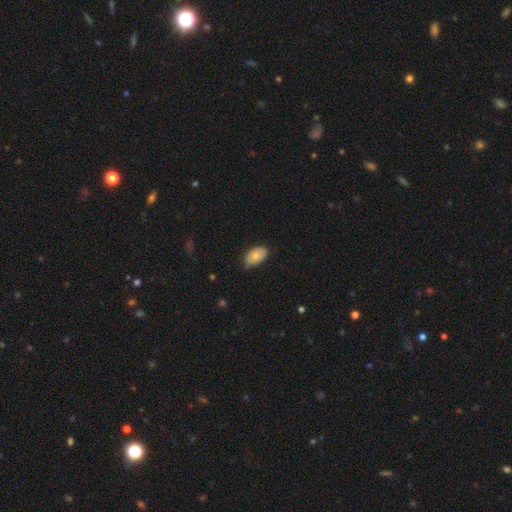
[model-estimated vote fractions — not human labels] A smooth galaxy with no disk features (81%) that is in between round and cigar-shaped (93%). Merging: none (64%).